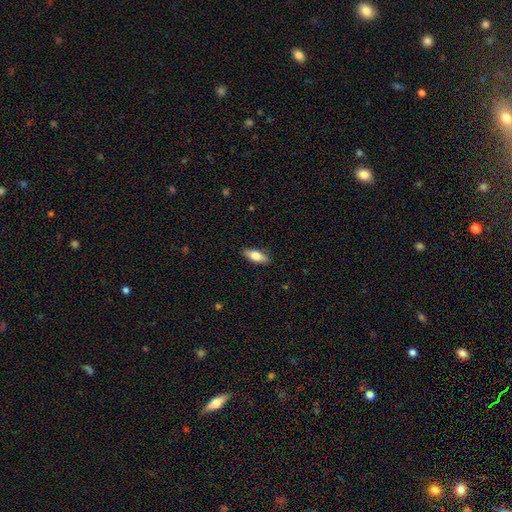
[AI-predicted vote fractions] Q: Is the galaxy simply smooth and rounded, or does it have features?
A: smooth — 75%.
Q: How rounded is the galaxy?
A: in between — 77%.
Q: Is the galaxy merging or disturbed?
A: none — 88%.